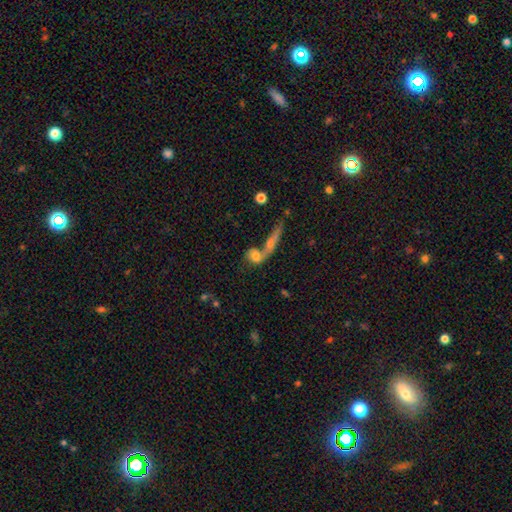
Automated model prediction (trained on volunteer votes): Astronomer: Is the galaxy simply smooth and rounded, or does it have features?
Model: smooth — 58%.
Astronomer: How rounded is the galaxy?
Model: round — 43% (runner-up: in between, 40%).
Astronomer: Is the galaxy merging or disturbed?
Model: merger — 59%.